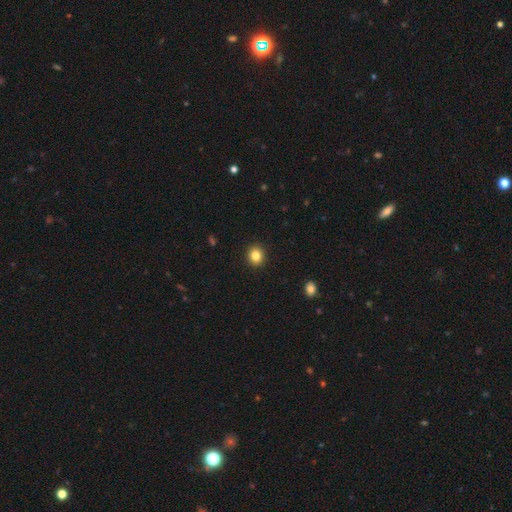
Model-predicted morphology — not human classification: Smooth or featured?
  - smooth: 84% *
  - star or artifact: 11%
  - featured or disk: 5%
How rounded?
  - round: 80% *
  - in between: 19%
  - cigar-shaped: 1%
Merging?
  - none: 92% *
  - minor disturbance: 5%
  - major disturbance: 2%
  - merger: 1%